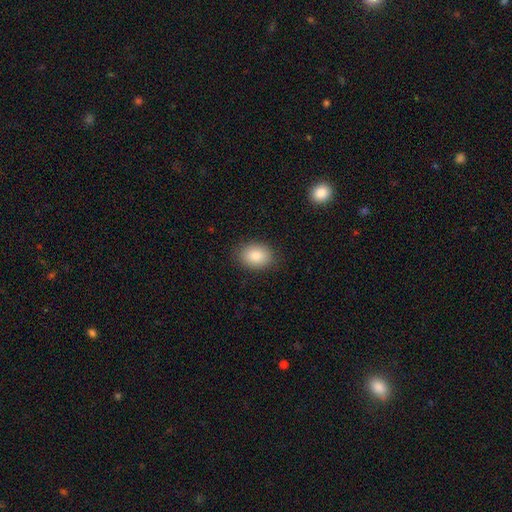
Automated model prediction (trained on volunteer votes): A smooth galaxy with no disk features (84%) that is in between round and cigar-shaped (66%). Merging: none (87%).